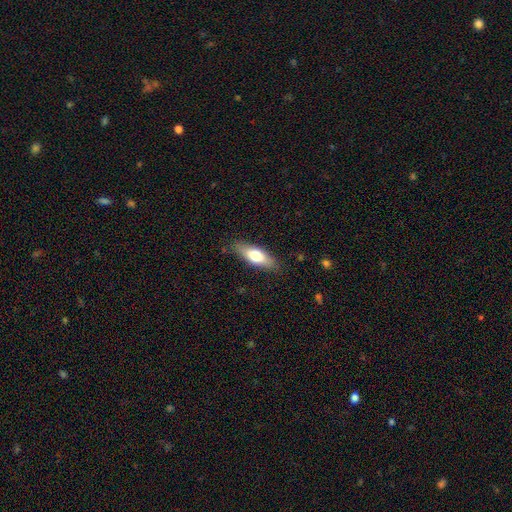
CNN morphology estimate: smooth-or-featured: smooth: 66% | featured or disk: 28% | star or artifact: 6%
  how-rounded: in between: 63% | cigar-shaped: 34% | round: 3%
  merging: none: 84% | minor disturbance: 12% | major disturbance: 3% | merger: 1%